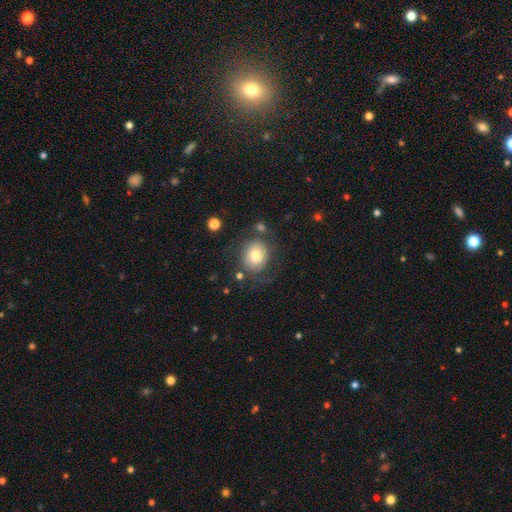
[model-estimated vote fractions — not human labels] This appears to be a smooth galaxy with no disk features (69%) that is round (72%). Merging: none (68%).